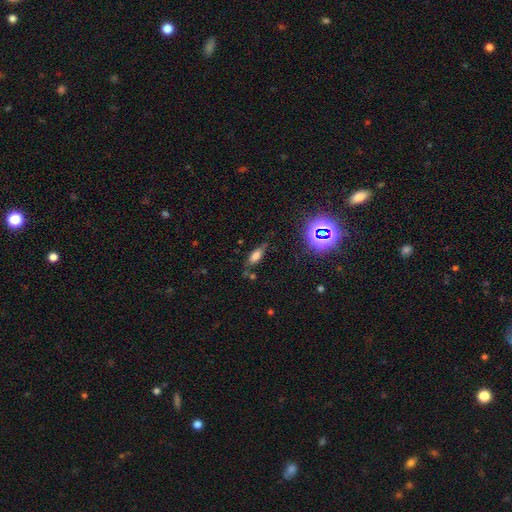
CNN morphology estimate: This is likely a smooth galaxy (61%). How rounded: likely in between (71%). Merging: likely none (64%).